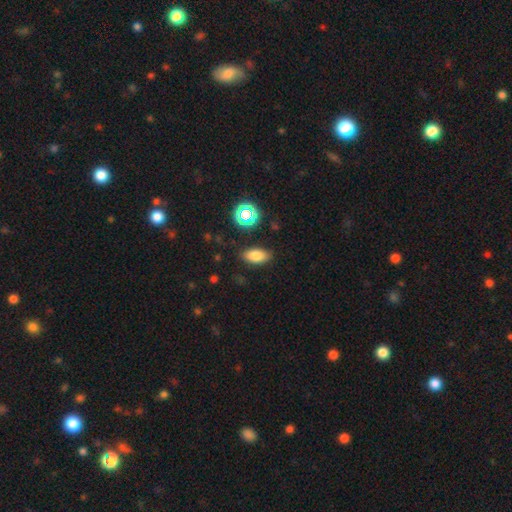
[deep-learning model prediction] Smooth or featured?
  - smooth: 77% *
  - star or artifact: 14%
  - featured or disk: 9%
How rounded?
  - in between: 87% *
  - cigar-shaped: 7%
  - round: 7%
Merging?
  - none: 85% *
  - minor disturbance: 10%
  - major disturbance: 3%
  - merger: 2%